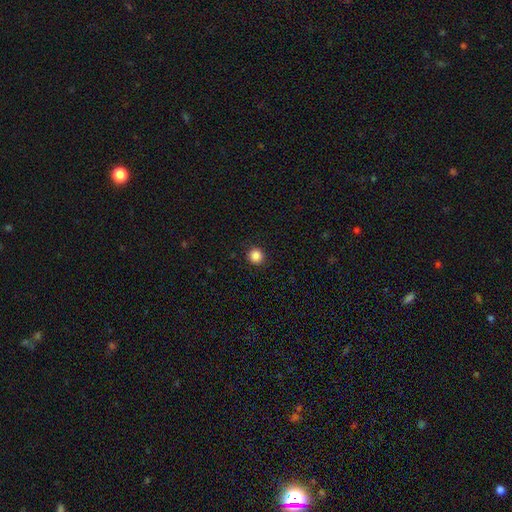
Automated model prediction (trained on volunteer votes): Overall: smooth (87%). How rounded: round (94%). Merging: none (92%).